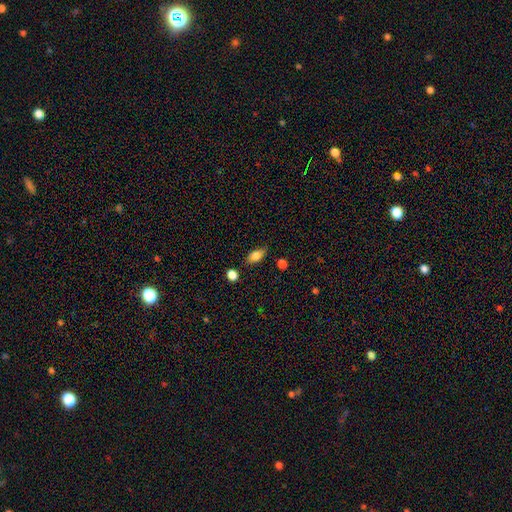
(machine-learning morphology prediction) Overall: smooth (77%). How rounded: in between (84%). Merging: none (80%).